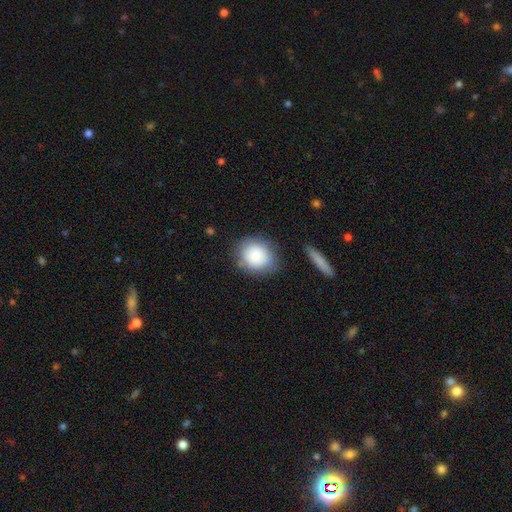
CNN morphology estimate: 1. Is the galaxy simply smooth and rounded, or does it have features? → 84% smooth, 9% featured or disk, 7% star or artifact.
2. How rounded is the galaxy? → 71% round, 28% in between, 1% cigar-shaped.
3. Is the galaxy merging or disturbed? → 70% none, 19% minor disturbance, 6% major disturbance, 4% merger.